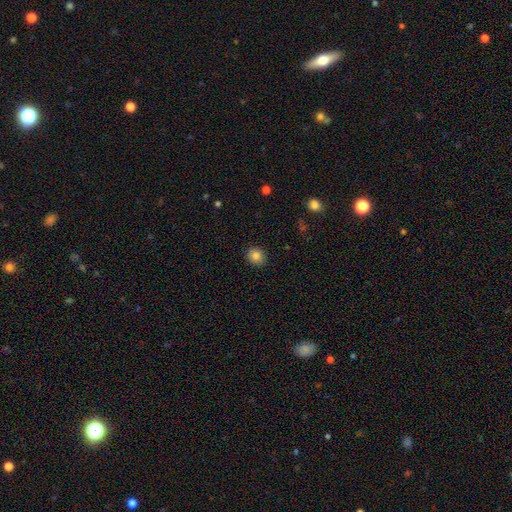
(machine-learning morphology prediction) Smooth or featured? Predicted: smooth (p=0.82). How rounded? Predicted: round (p=0.76). Merging? Predicted: none (p=0.90).